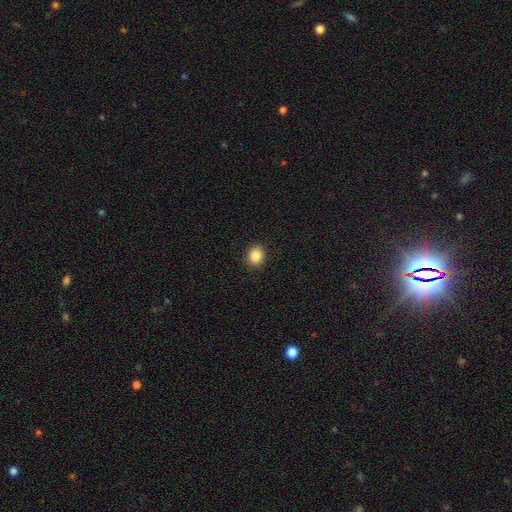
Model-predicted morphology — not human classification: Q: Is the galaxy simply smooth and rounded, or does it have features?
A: smooth — 86%.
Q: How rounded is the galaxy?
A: round — 63%.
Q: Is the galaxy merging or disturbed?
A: none — 91%.